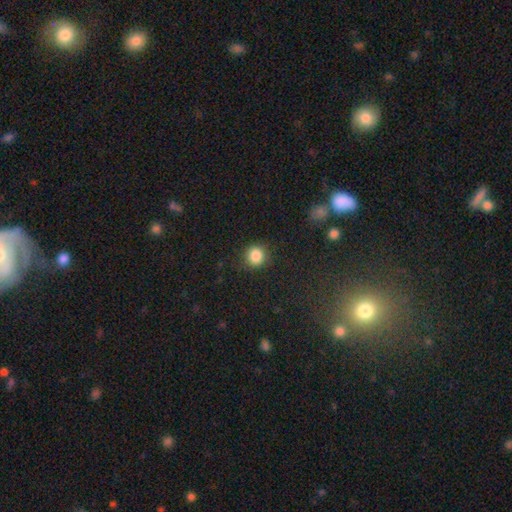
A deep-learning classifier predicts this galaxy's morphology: Smooth or featured? Predicted: smooth (p=0.85). How rounded? Predicted: round (p=0.89). Merging? Predicted: none (p=0.86).